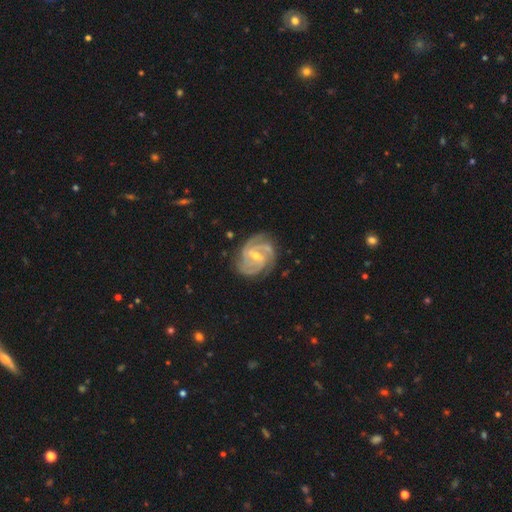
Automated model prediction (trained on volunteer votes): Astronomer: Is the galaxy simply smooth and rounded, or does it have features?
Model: featured or disk — 91%.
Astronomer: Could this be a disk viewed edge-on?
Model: no — 98%.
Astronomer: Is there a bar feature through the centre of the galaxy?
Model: weak — 50% (runner-up: strong, 31%).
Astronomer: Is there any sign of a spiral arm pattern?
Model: yes — 98%.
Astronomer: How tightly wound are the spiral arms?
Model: tight — 57% (runner-up: medium, 37%).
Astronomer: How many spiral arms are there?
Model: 3 — 43% (runner-up: 2, 22%).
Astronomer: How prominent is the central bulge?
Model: small — 57% (runner-up: moderate, 40%).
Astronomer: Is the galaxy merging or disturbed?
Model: none — 78%.